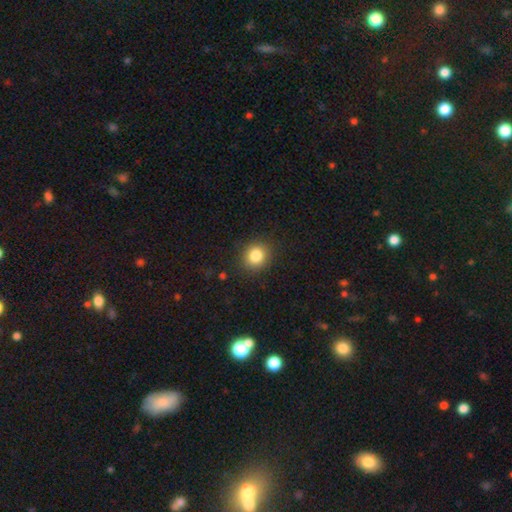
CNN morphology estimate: smooth_or_featured: smooth (p=0.83) [alt: star or artifact p=0.11]
how_rounded: round (p=0.83) [alt: in between p=0.16]
merging: none (p=0.89) [alt: minor disturbance p=0.07]